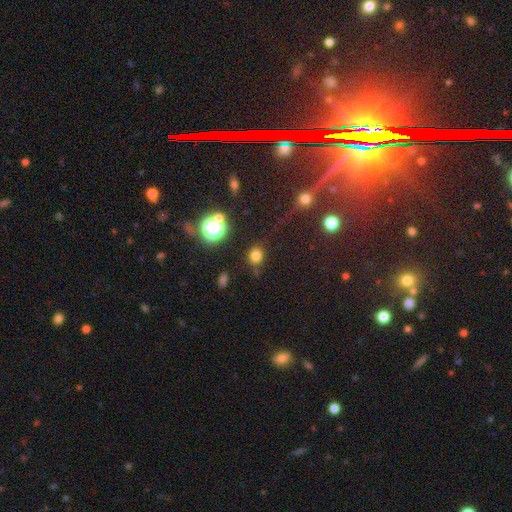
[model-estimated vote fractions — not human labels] Smooth or featured: smooth — 74% (star or artifact — 20%)
How rounded: round — 81% (in between — 18%)
Merging: none — 79% (minor disturbance — 13%)